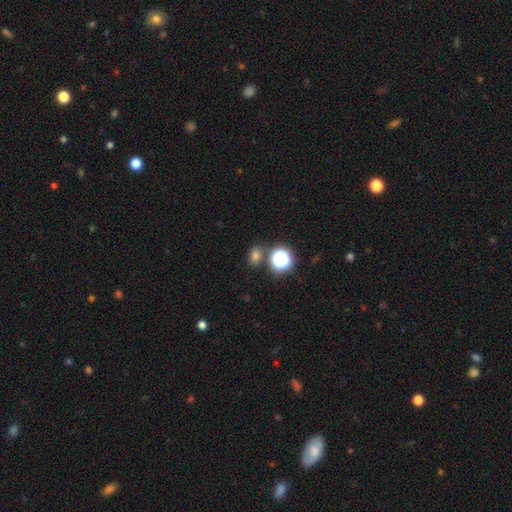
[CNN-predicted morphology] Smooth or featured? Predicted: smooth (p=0.70). How rounded? Predicted: in between (p=0.50). Merging? Predicted: none (p=0.73).